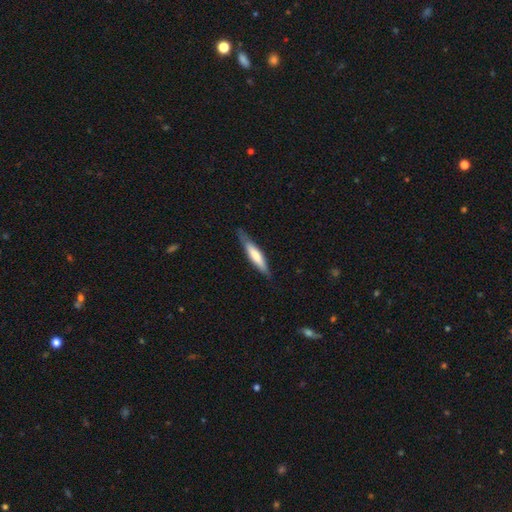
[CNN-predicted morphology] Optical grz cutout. It shows a smooth galaxy with no disk features (58%) that is cigar-shaped (84%). Merging: none (79%).